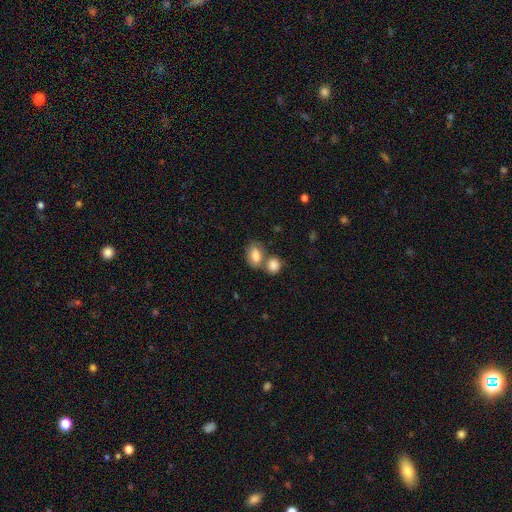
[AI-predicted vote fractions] Smooth or featured?
  - smooth: 82% *
  - featured or disk: 10%
  - star or artifact: 8%
How rounded?
  - in between: 79% *
  - round: 20%
  - cigar-shaped: 1%
Merging?
  - none: 44% *
  - merger: 40%
  - minor disturbance: 12%
  - major disturbance: 4%